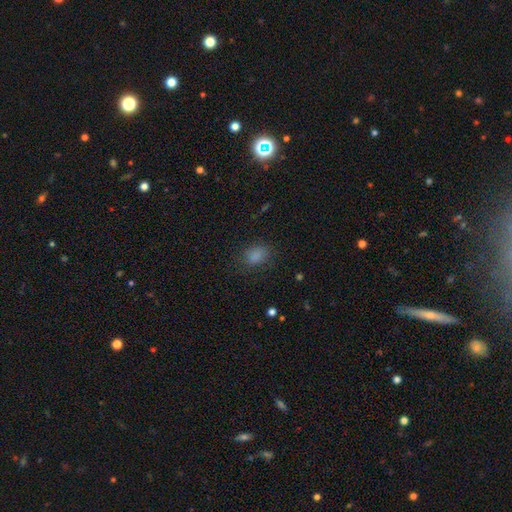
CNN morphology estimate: type=smooth (84%); roundness=in between (65%); merging=none (76%).